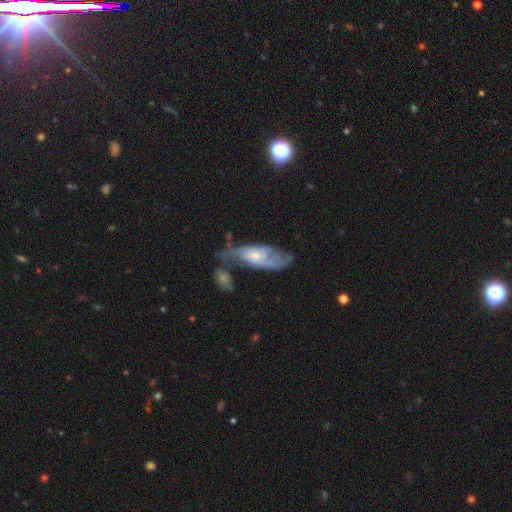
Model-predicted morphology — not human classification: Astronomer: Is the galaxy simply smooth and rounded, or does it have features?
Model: featured or disk — 66%.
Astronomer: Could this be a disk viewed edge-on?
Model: no — 86%.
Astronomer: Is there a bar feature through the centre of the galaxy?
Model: no — 71%.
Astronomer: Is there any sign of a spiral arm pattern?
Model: yes — 76%.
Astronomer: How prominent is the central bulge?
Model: small — 60%.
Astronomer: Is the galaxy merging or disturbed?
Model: none — 34% (runner-up: minor disturbance, 24%).